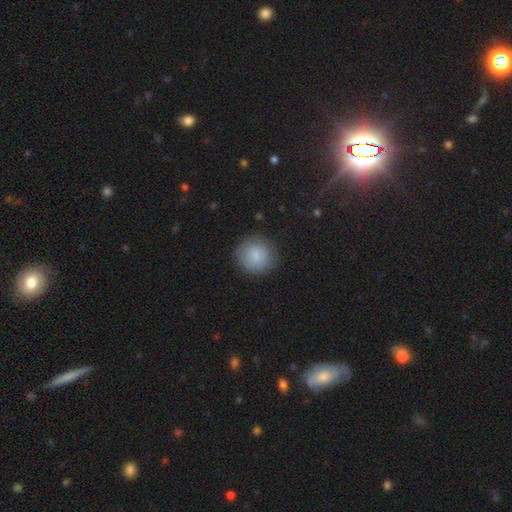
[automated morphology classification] Smooth or featured? smooth (84%)
How rounded? round (91%)
Merging? none (84%)